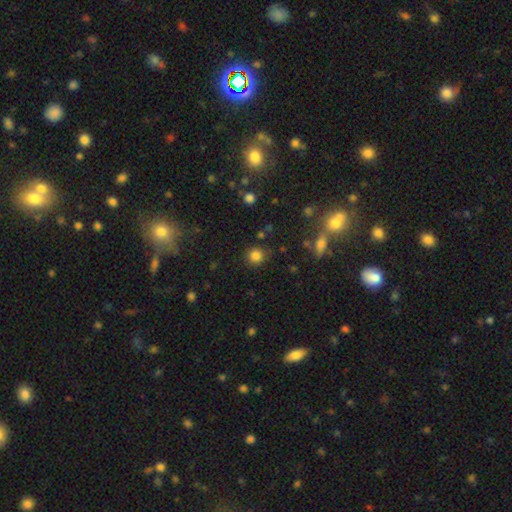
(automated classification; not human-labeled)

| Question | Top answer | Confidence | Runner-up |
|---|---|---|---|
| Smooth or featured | smooth | 82% | star or artifact (14%) |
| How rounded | round | 89% | in between (10%) |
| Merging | none | 83% | minor disturbance (10%) |